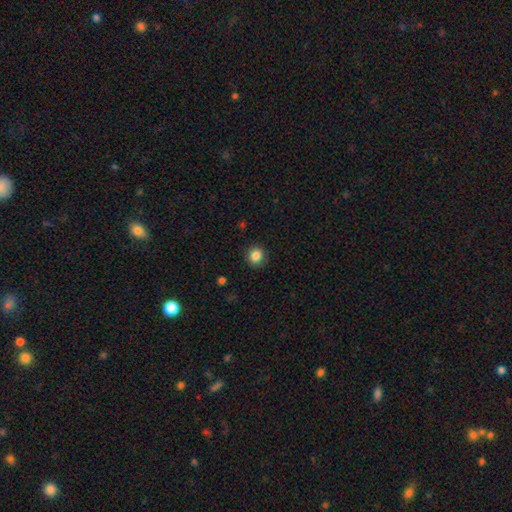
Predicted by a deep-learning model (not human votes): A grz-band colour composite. It shows a smooth galaxy with no disk features (85%) that is round (85%). Merging: none (90%).